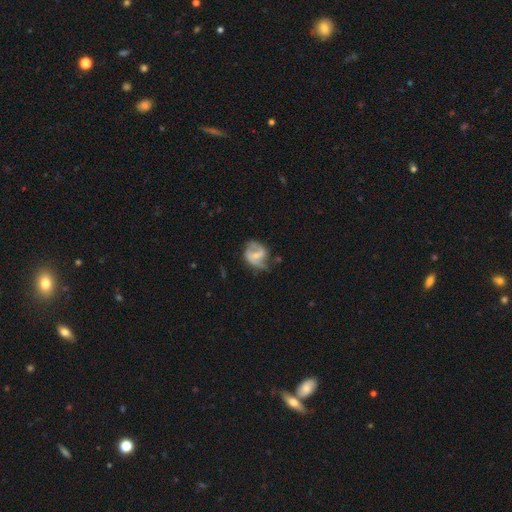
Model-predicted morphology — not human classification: A featured or disk galaxy (71%) with a weak bar (46%), 2 (76%) medium (45%) spiral arms (84%) and a small central bulge (54%).

Vote fractions:
- Smooth or featured? featured or disk: 71% / smooth: 23% / star or artifact: 6%
- Edge-on disk? no: 97% / yes: 3%
- Bar? weak: 46% / no: 29% / strong: 25%
- Spiral arms? yes: 84% / no: 16%
- Spiral winding? medium: 45% / loose: 36% / tight: 20%
- Spiral arm count? 2: 76% / can't tell: 10% / 1: 9% / 3: 3% / 4: 1% / more than 4: 1%
- Bulge size? small: 54% / moderate: 32% / none: 11% / large: 2% / dominant: 1%
- Merging? none: 51% / minor disturbance: 28% / major disturbance: 18% / merger: 3%